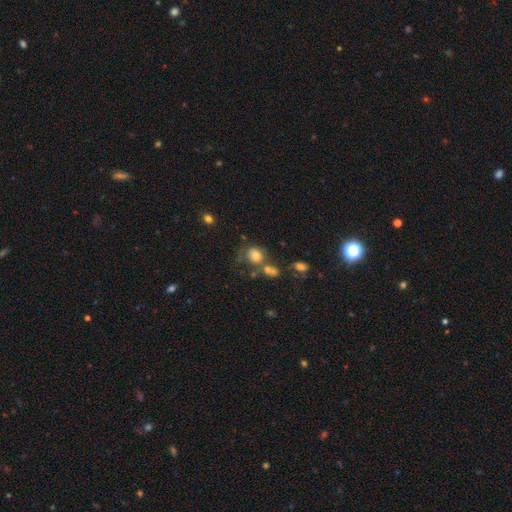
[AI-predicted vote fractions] This is likely a smooth galaxy (71%). How rounded: possibly round (59%). Merging: marginally none (41%).